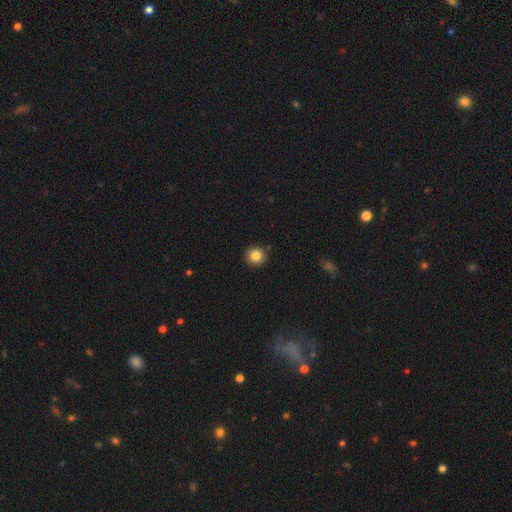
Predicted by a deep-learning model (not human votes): smooth-or-featured: smooth: 84% | star or artifact: 11% | featured or disk: 6%
  how-rounded: round: 93% | in between: 6% | cigar-shaped: 1%
  merging: none: 89% | minor disturbance: 7% | major disturbance: 2% | merger: 2%